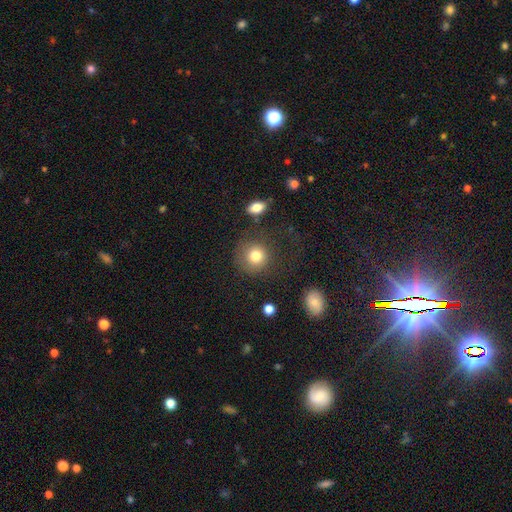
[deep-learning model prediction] Smooth or featured? smooth (80%)
How rounded? round (89%)
Merging? none (74%)